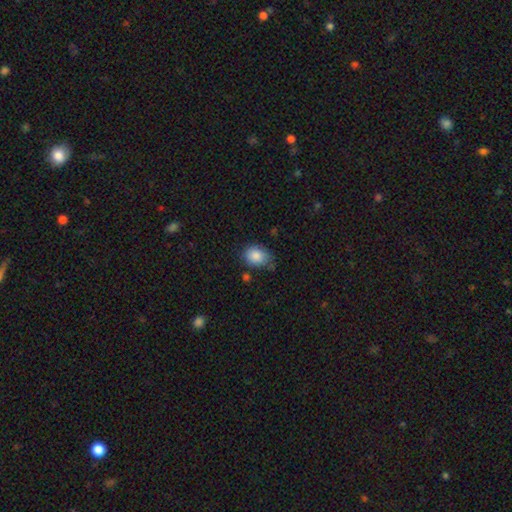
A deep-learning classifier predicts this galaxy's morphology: smooth 86%, star or artifact 8%, featured or disk 6%. Down the decision tree: how rounded — in between (66%); merging — none (66%).